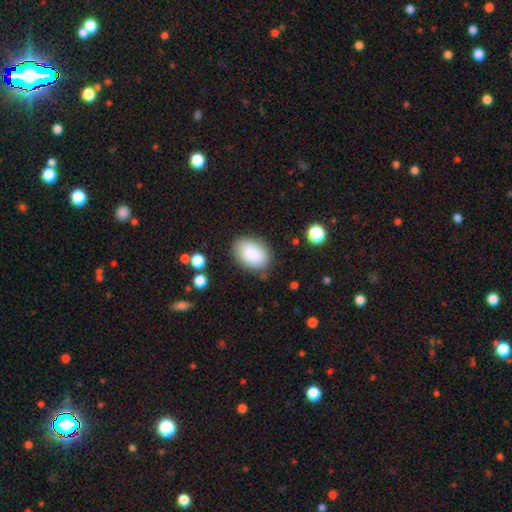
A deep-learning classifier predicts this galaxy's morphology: Smooth or featured: smooth — 85% (featured or disk — 8%)
How rounded: in between — 84% (round — 14%)
Merging: none — 78% (minor disturbance — 15%)